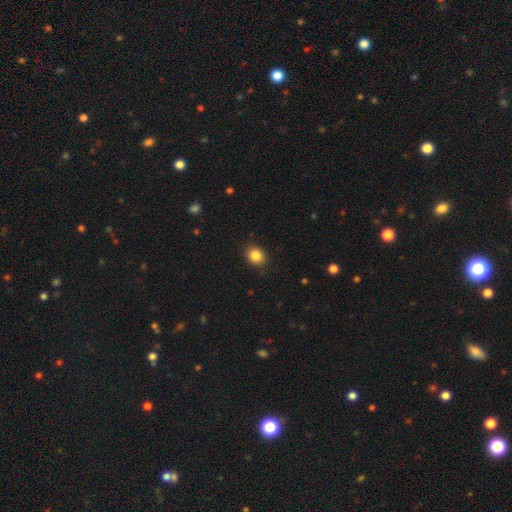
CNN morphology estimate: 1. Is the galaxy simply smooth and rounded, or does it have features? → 86% smooth, 10% star or artifact, 4% featured or disk.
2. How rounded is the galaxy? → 58% round, 41% in between, 1% cigar-shaped.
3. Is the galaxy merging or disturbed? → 88% none, 9% minor disturbance, 2% major disturbance, 1% merger.